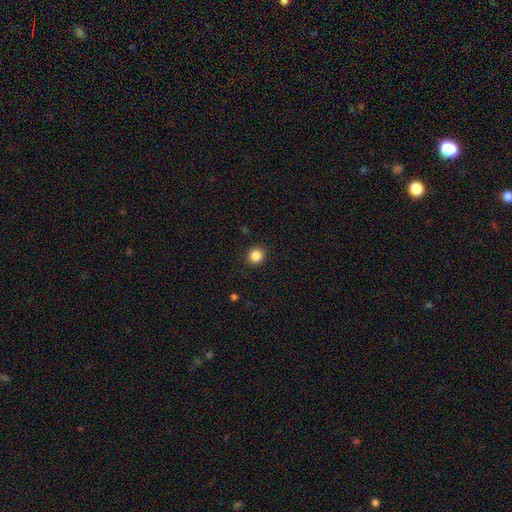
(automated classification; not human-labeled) Smooth or featured? smooth (86%)
How rounded? round (91%)
Merging? none (91%)